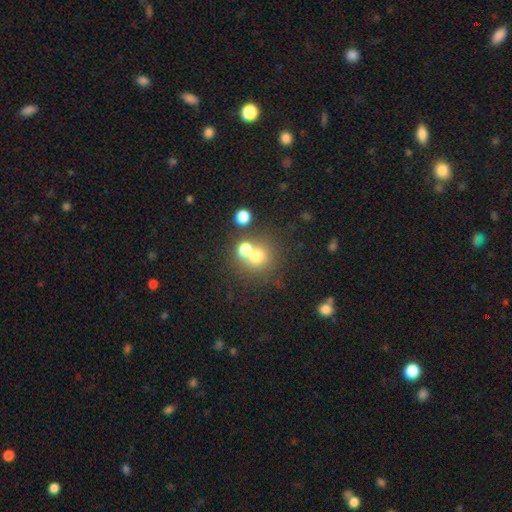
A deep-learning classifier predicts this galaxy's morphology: Smooth or featured? Predicted: smooth (p=0.70). How rounded? Predicted: round (p=0.88). Merging? Predicted: none (p=0.52).